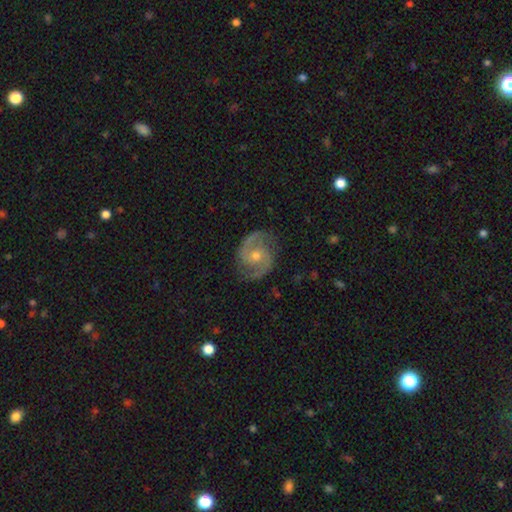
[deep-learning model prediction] This is clearly a featured or disk galaxy (90%). It is clearly not viewed edge-on (98%). Bar: possibly no (59%). Spiral arm pattern: clearly yes (98%). Spiral arm count: clearly 2 (92%). Spiral winding: possibly medium (57%). Central bulge: possibly moderate (56%). Merging: clearly none (83%).